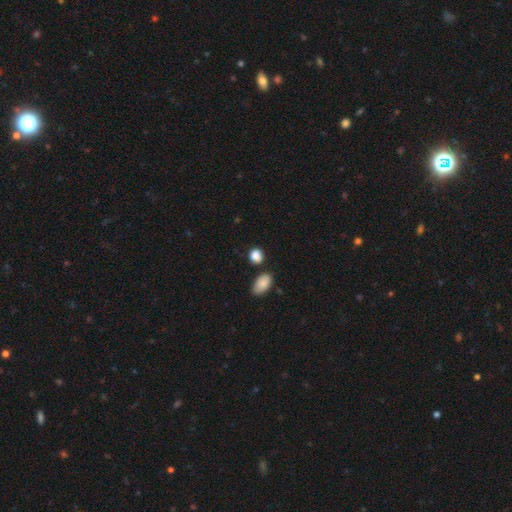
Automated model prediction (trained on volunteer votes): A smooth galaxy with no disk features (87%) that is round (56%). Merging: none (73%).